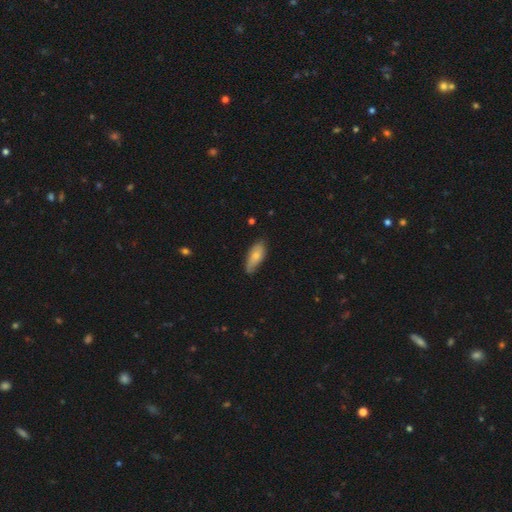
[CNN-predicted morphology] Smooth or featured: smooth — 69% (featured or disk — 25%)
How rounded: in between — 79% (cigar-shaped — 19%)
Merging: none — 67% (minor disturbance — 27%)